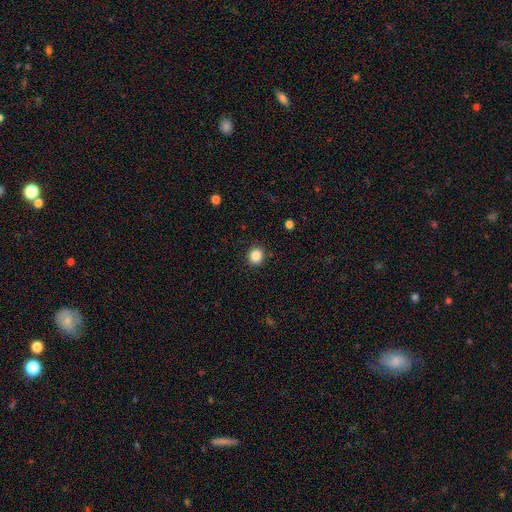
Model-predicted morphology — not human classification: smooth-or-featured: smooth: 86% | star or artifact: 10% | featured or disk: 4%
  how-rounded: round: 85% | in between: 14% | cigar-shaped: 1%
  merging: none: 91% | minor disturbance: 6% | major disturbance: 2% | merger: 1%